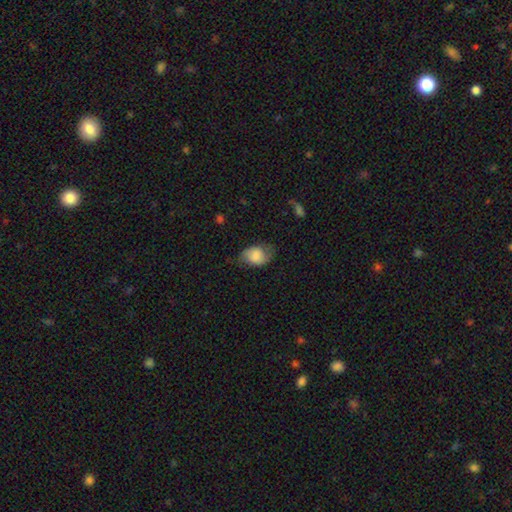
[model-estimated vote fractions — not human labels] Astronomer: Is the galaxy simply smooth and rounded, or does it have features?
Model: smooth — 73%.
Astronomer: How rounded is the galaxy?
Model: in between — 76%.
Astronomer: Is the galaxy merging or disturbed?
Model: none — 59%.